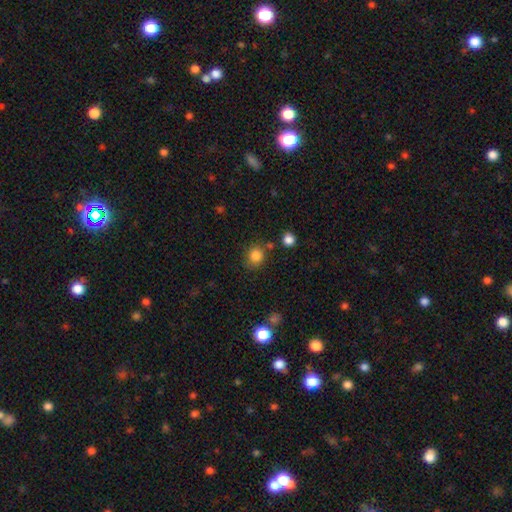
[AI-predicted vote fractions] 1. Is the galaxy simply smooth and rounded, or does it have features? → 83% smooth, 11% star or artifact, 5% featured or disk.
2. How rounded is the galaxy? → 79% round, 20% in between, 1% cigar-shaped.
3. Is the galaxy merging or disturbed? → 77% none, 13% minor disturbance, 7% merger, 4% major disturbance.